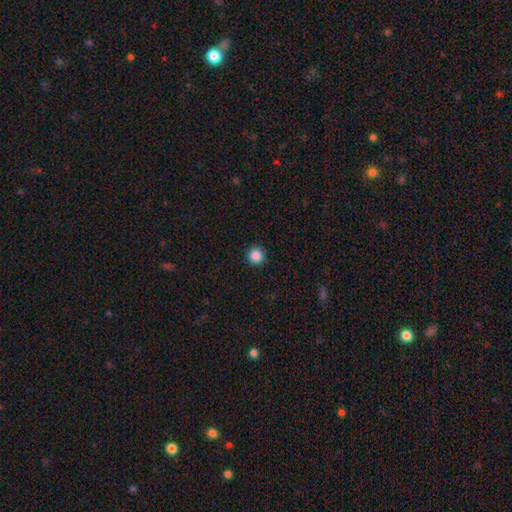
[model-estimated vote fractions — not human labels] Morphology: type=smooth (87%); roundness=round (96%); merging=none (92%).